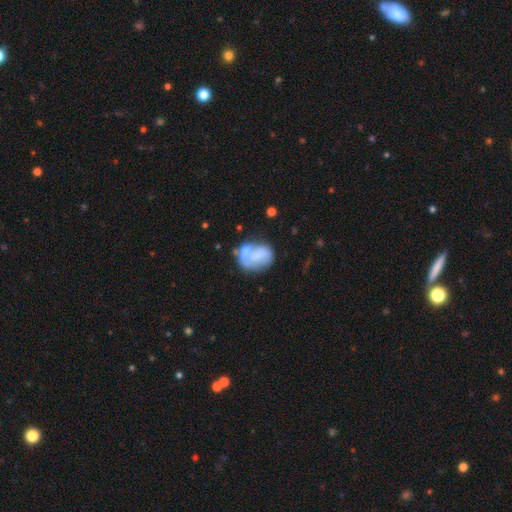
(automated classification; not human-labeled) Smooth or featured? smooth (48%)
Merging? none (38%)